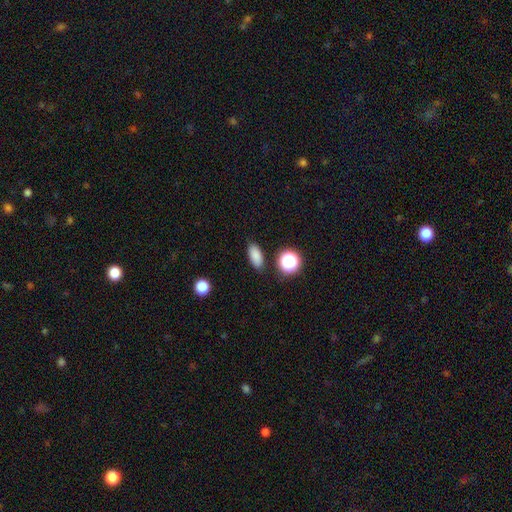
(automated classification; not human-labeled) Overall: smooth (84%). How rounded: in between (84%). Merging: none (87%).